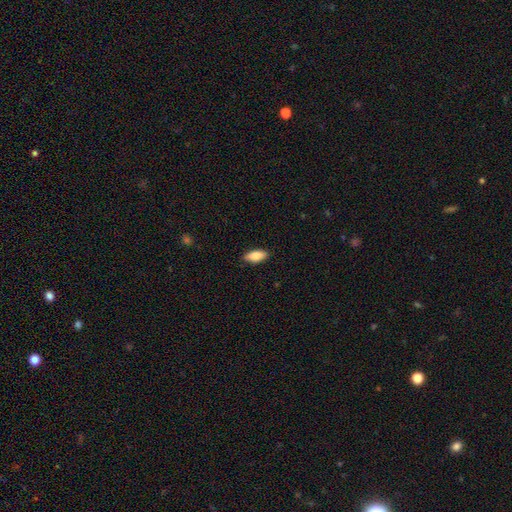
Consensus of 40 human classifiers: A smooth galaxy with no disk features (85%) that is in between round and cigar-shaped (85%).

Vote fractions:
- Smooth or featured? smooth: 85% / featured or disk: 12% / star or artifact: 2%
- How rounded? in between: 85% / cigar-shaped: 15% / round: 0%
- Merging? none: 95% / minor disturbance: 3% / merger: 3% / major disturbance: 0%